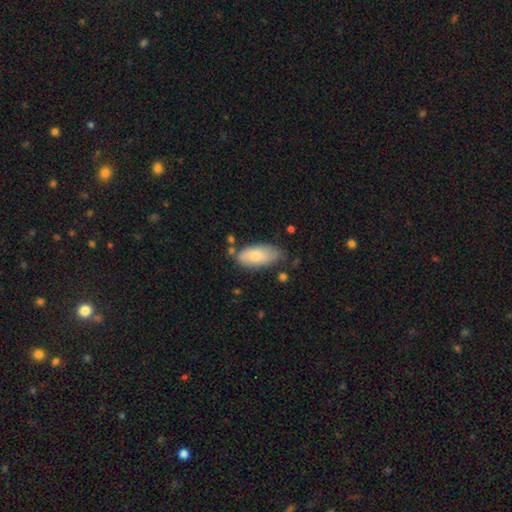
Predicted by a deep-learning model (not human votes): This is likely a smooth galaxy (77%). How rounded: clearly in between (91%). Merging: likely none (65%).